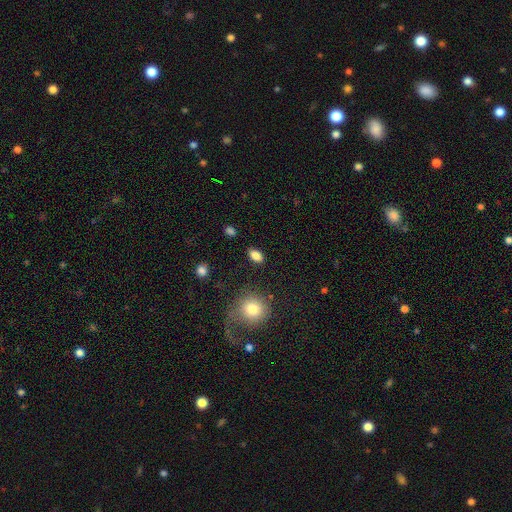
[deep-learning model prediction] Smooth or featured?
  - smooth: 85% *
  - star or artifact: 9%
  - featured or disk: 6%
How rounded?
  - in between: 87% *
  - round: 10%
  - cigar-shaped: 3%
Merging?
  - none: 86% *
  - minor disturbance: 9%
  - major disturbance: 3%
  - merger: 2%